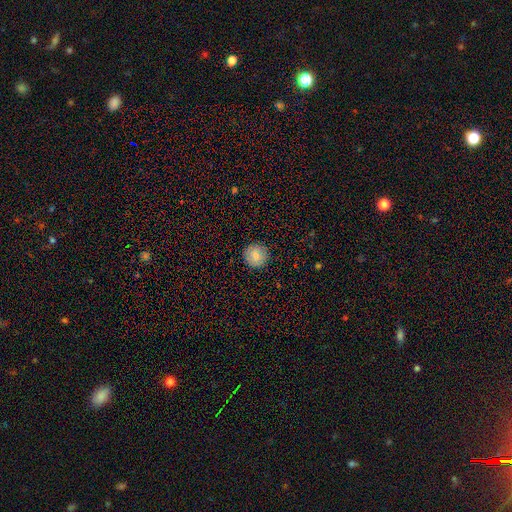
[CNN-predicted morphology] Q: Smooth or featured?
A: smooth (83%); runner-up: star or artifact (9%)
Q: How rounded?
A: round (95%); runner-up: in between (4%)
Q: Merging?
A: none (90%); runner-up: minor disturbance (7%)